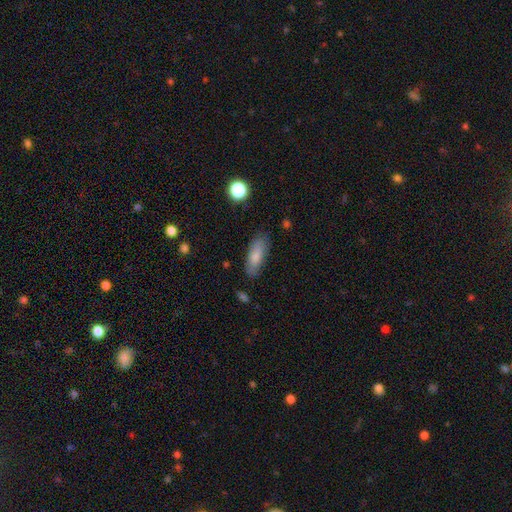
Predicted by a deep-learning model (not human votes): A smooth galaxy with no disk features (80%) that is in between round and cigar-shaped (66%). Merging: none (79%).